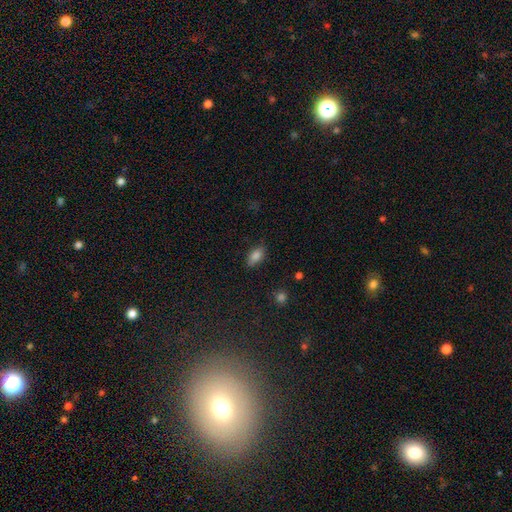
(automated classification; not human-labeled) Smooth or featured? Predicted: smooth (p=0.84). How rounded? Predicted: in between (p=0.91). Merging? Predicted: none (p=0.80).